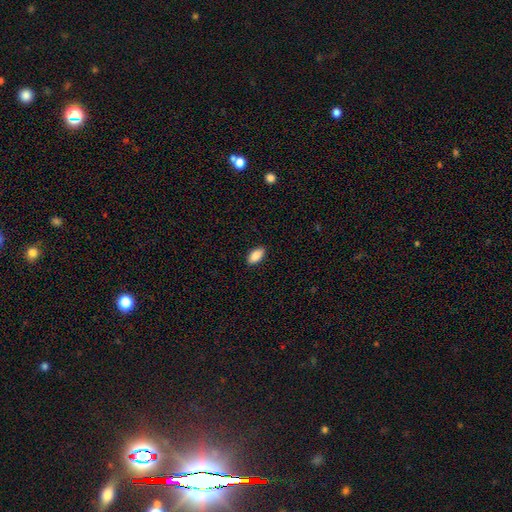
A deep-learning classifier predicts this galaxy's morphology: Smooth or featured? smooth (88%)
How rounded? in between (92%)
Merging? none (88%)